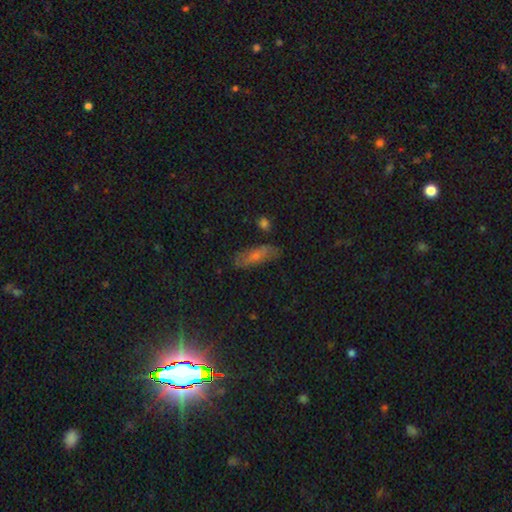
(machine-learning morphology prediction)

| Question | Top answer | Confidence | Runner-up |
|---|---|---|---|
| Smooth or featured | smooth | 47% | featured or disk (33%) |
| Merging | none | 78% | minor disturbance (16%) |